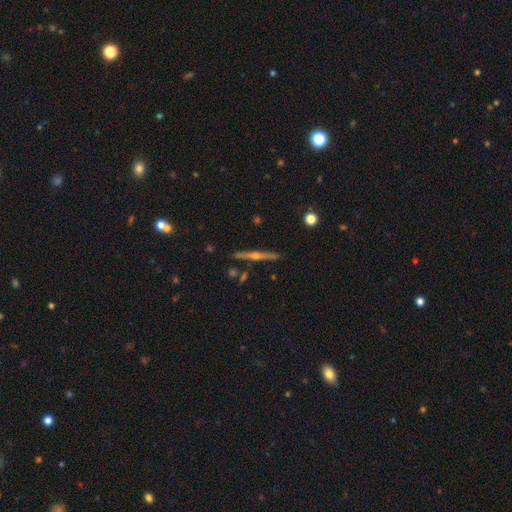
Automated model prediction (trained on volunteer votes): Q: Smooth or featured?
A: featured or disk (81%); runner-up: smooth (13%)
Q: Edge-on disk?
A: yes (98%); runner-up: no (2%)
Q: Edge-on bulge?
A: rounded (90%); runner-up: none (7%)
Q: Merging?
A: none (90%); runner-up: minor disturbance (6%)